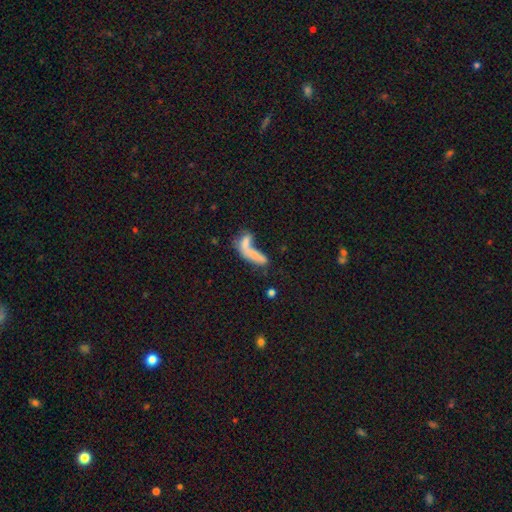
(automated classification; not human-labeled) A smooth galaxy with no disk features (62%) that is in between round and cigar-shaped (53%). Merging: merger (61%).